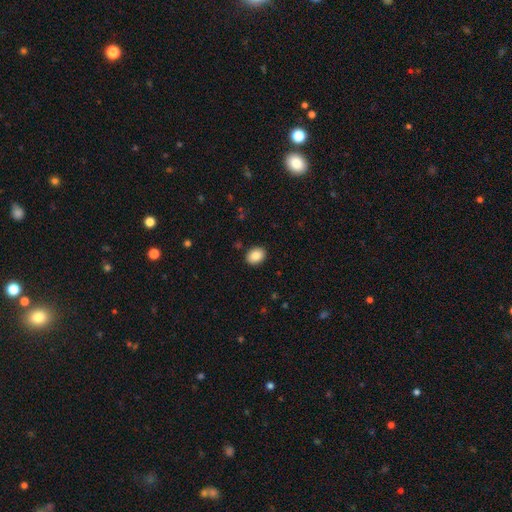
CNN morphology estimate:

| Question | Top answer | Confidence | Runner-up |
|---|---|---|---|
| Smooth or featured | smooth | 88% | star or artifact (8%) |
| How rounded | in between | 65% | round (34%) |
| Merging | none | 90% | minor disturbance (7%) |